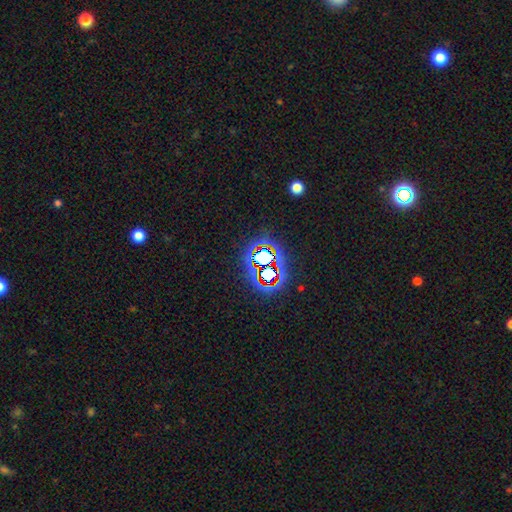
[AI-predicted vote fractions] smooth_or_featured: star or artifact (p=0.75) [alt: smooth p=0.13]